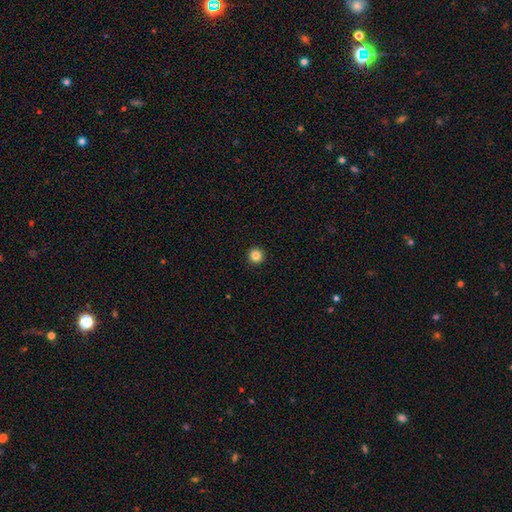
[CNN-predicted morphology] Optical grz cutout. It shows a smooth galaxy with no disk features (85%) that is round (96%). Merging: none (94%).